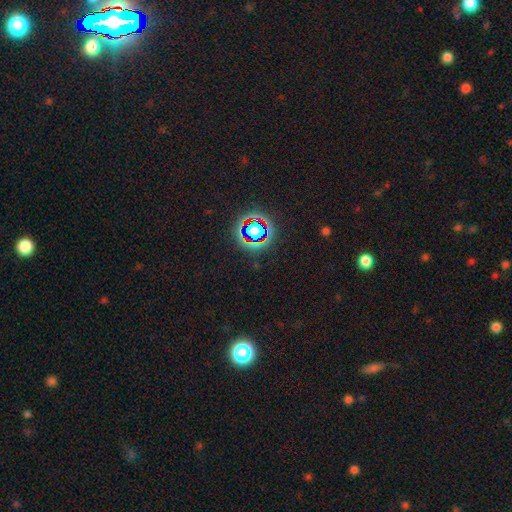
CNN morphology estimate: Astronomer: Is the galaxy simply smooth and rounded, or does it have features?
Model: star or artifact — 77%.